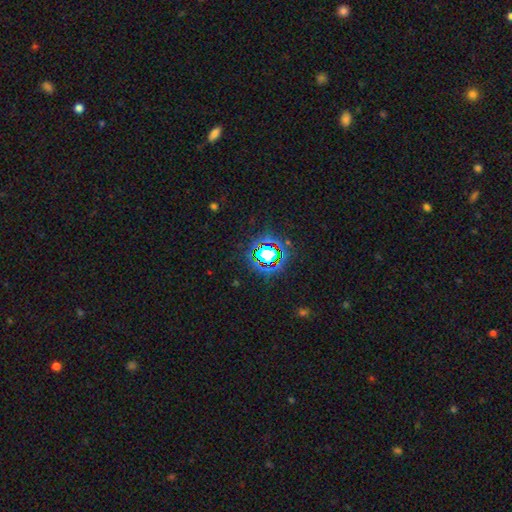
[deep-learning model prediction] The model was most divided on "smooth or featured": star or artifact: 79%, smooth: 12%, featured or disk: 9%.